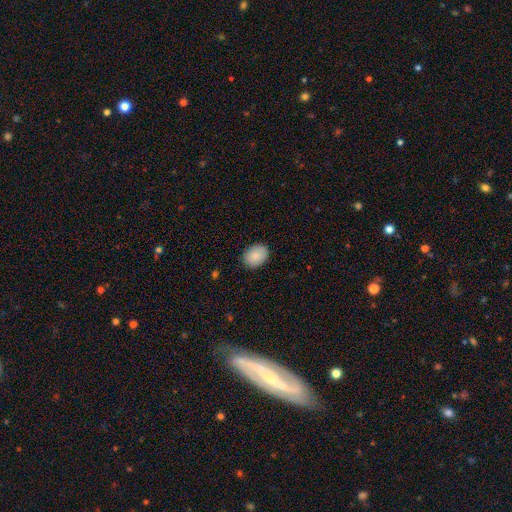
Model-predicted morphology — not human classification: smooth_or_featured: smooth (p=0.86) [alt: featured or disk p=0.07]
how_rounded: in between (p=0.69) [alt: round p=0.30]
merging: none (p=0.87) [alt: minor disturbance p=0.10]